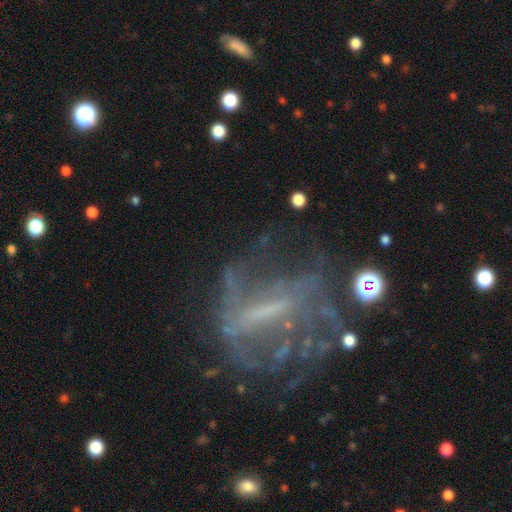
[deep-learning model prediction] Smooth or featured: featured or disk — 68% (star or artifact — 18%)
Edge-on disk: no — 90% (yes — 10%)
Bar: strong — 45% (weak — 30%)
Spiral arms: no — 54% (yes — 46%)
Bulge size: none — 51% (small — 30%)
Merging: none — 48% (major disturbance — 29%)